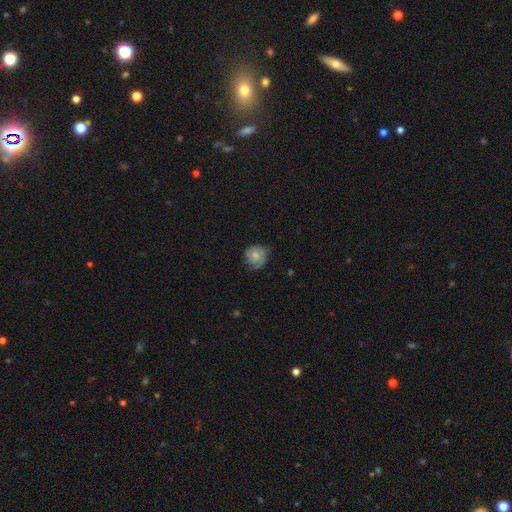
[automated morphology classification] type=smooth (57%); roundness=round (83%); merging=none (63%).